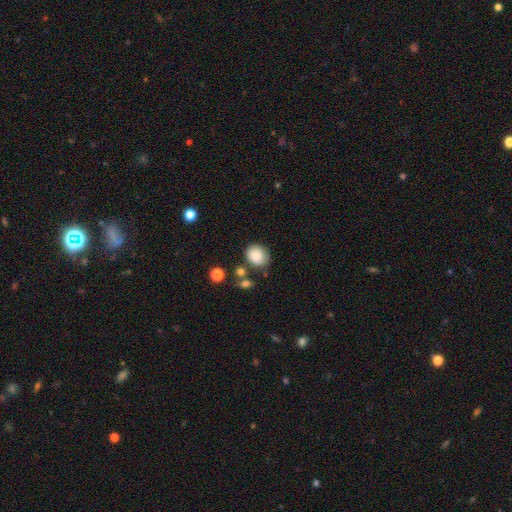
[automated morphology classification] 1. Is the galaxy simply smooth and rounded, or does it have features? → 84% smooth, 9% star or artifact, 8% featured or disk.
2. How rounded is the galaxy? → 66% round, 33% in between, 1% cigar-shaped.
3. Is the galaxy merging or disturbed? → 69% none, 19% minor disturbance, 7% merger, 5% major disturbance.